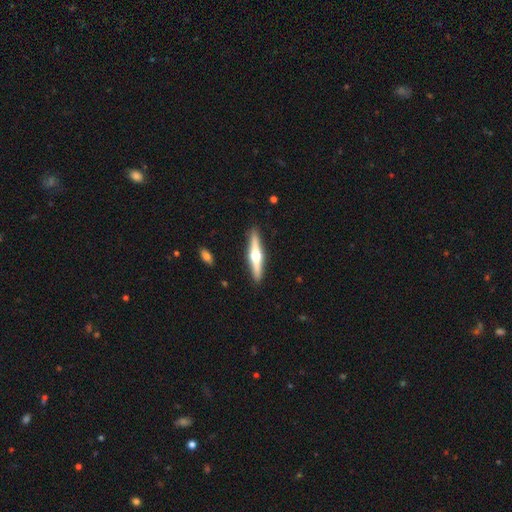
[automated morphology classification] Overall: featured or disk (69%). Edge-on disk: yes (97%). Edge-on bulge: rounded (95%). Merging: none (91%).